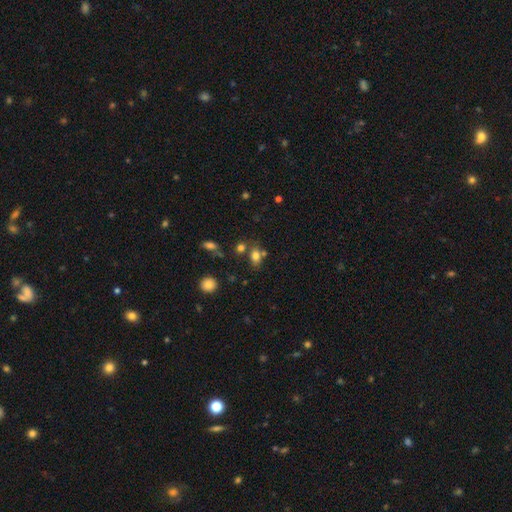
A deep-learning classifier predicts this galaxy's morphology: Smooth or featured? Predicted: smooth (p=0.77). How rounded? Predicted: in between (p=0.72). Merging? Predicted: none (p=0.58).